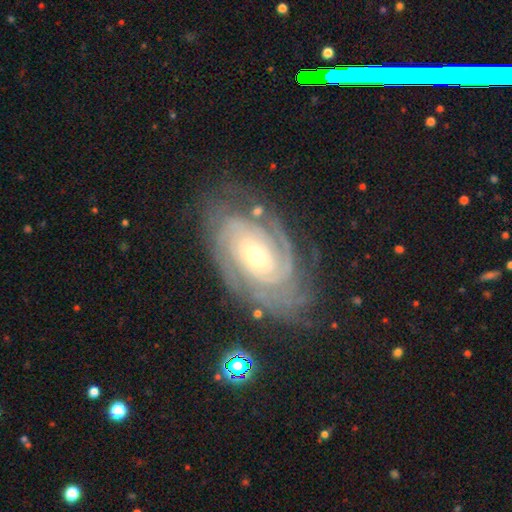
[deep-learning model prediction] Smooth or featured? Predicted: featured or disk (p=0.89). Edge-on disk? Predicted: no (p=0.96). Bar? Predicted: no (p=0.61). Spiral arms? Predicted: yes (p=0.97). Spiral winding? Predicted: tight (p=0.78). Spiral arm count? Predicted: can't tell (p=0.26). Bulge size? Predicted: small (p=0.54). Merging? Predicted: none (p=0.74).